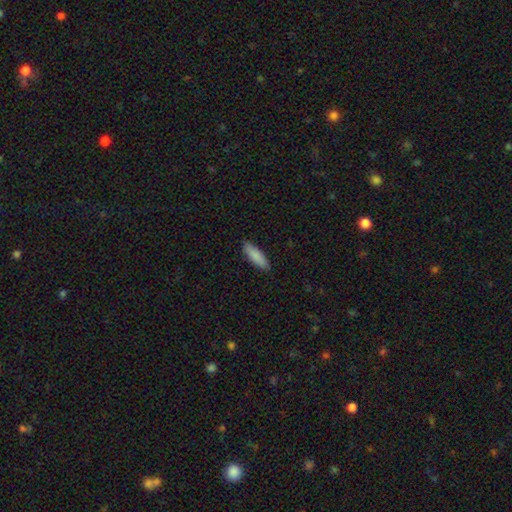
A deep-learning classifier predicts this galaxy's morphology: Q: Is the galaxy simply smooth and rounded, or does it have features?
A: smooth — 87%.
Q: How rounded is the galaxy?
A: cigar-shaped — 51%.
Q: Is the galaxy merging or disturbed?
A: none — 88%.